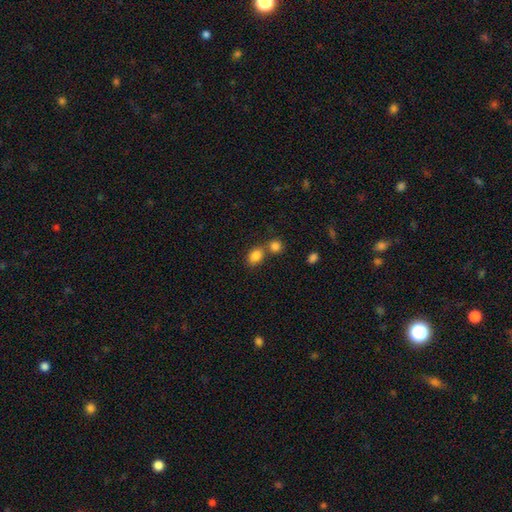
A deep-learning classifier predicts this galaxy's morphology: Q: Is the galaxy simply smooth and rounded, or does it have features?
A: smooth — 85%.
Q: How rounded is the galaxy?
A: in between — 66%.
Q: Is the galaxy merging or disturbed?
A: none — 52%.